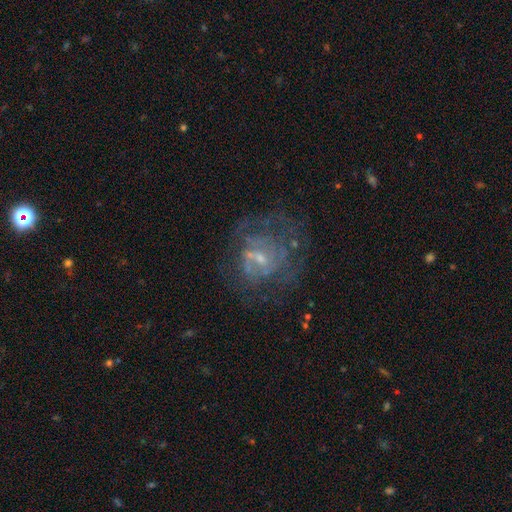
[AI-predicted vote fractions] A featured or disk galaxy (64%) with no bar (52%), spiral arms (58%) and a small central bulge (61%).

Vote fractions:
- Smooth or featured? featured or disk: 64% / smooth: 18% / star or artifact: 18%
- Edge-on disk? no: 97% / yes: 3%
- Bar? no: 52% / weak: 38% / strong: 9%
- Spiral arms? yes: 58% / no: 42%
- Bulge size? small: 61% / moderate: 23% / none: 13% / large: 2% / dominant: 1%
- Merging? none: 60% / major disturbance: 20% / minor disturbance: 16% / merger: 3%